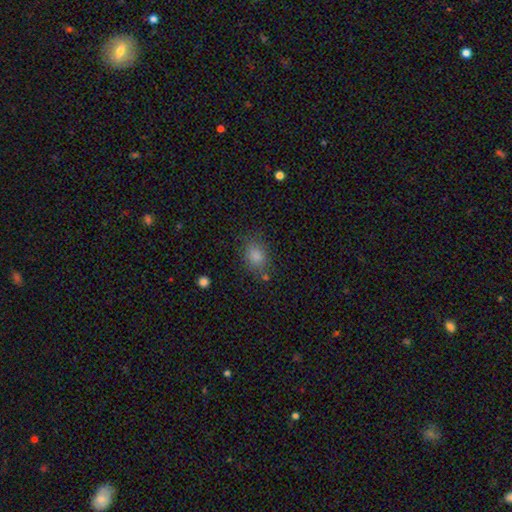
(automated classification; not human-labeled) A smooth galaxy with no disk features (78%) that is in between round and cigar-shaped (58%).

Vote fractions:
- Smooth or featured? smooth: 78% / star or artifact: 15% / featured or disk: 7%
- How rounded? in between: 58% / round: 40% / cigar-shaped: 1%
- Merging? none: 79% / minor disturbance: 13% / merger: 4% / major disturbance: 4%